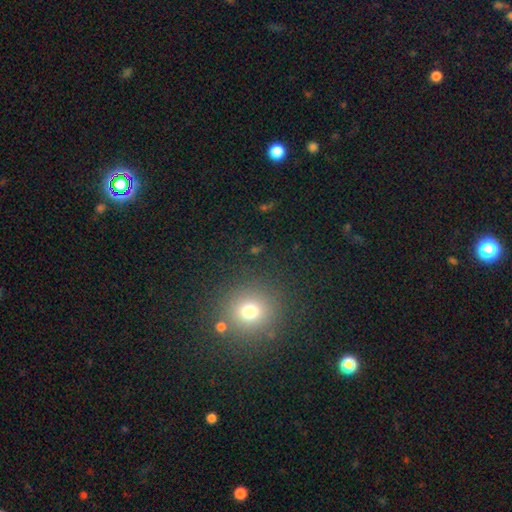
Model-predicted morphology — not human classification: smooth 58%, star or artifact 34%, featured or disk 8%. Down the decision tree: how rounded — round (92%); merging — none (88%).